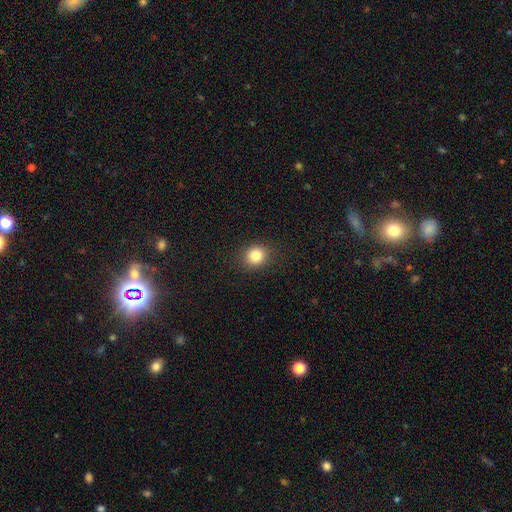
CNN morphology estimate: Smooth or featured: smooth — 83% (star or artifact — 11%)
How rounded: round — 78% (in between — 21%)
Merging: none — 89% (minor disturbance — 8%)